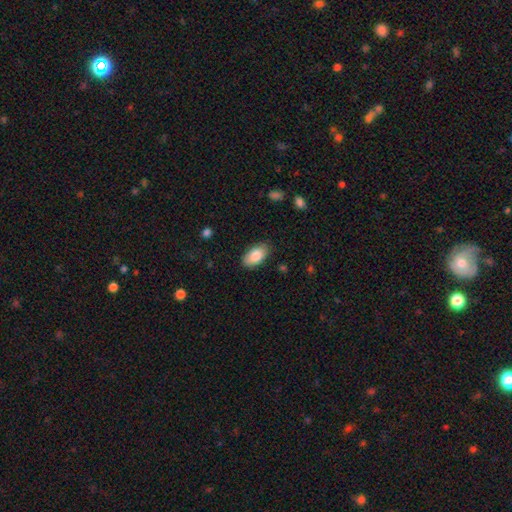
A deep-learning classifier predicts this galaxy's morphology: smooth 84%, featured or disk 10%, star or artifact 6%. Down the decision tree: how rounded — in between (95%); merging — none (85%).